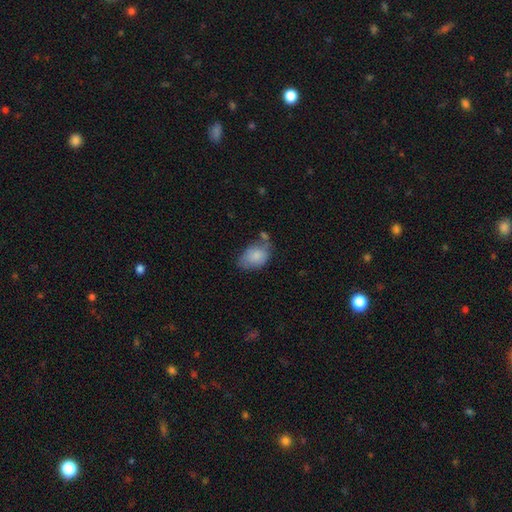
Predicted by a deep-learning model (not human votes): smooth-or-featured: smooth: 81% | featured or disk: 12% | star or artifact: 7%
  how-rounded: in between: 83% | round: 16% | cigar-shaped: 1%
  merging: none: 45% | minor disturbance: 32% | merger: 13% | major disturbance: 10%